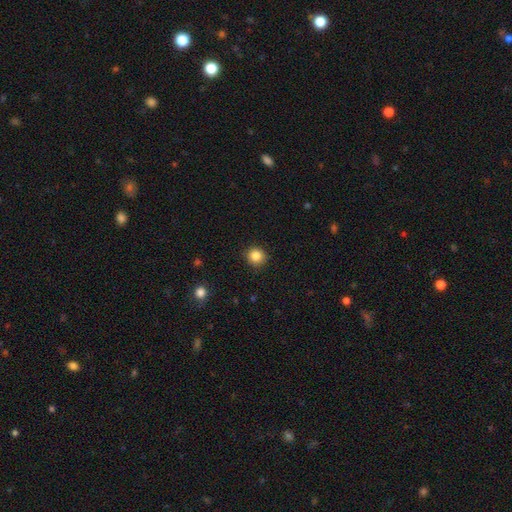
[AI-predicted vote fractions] A smooth galaxy with no disk features (85%) that is round (90%).

Vote fractions:
- Smooth or featured? smooth: 85% / star or artifact: 11% / featured or disk: 4%
- How rounded? round: 90% / in between: 9% / cigar-shaped: 1%
- Merging? none: 89% / minor disturbance: 8% / major disturbance: 2% / merger: 1%